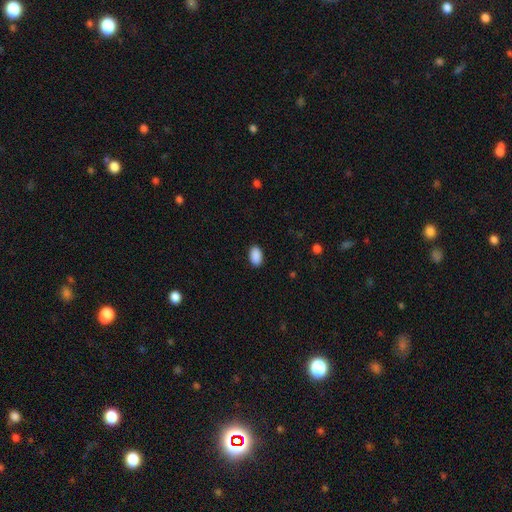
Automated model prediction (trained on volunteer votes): Smooth or featured? smooth (91%)
How rounded? in between (93%)
Merging? none (89%)